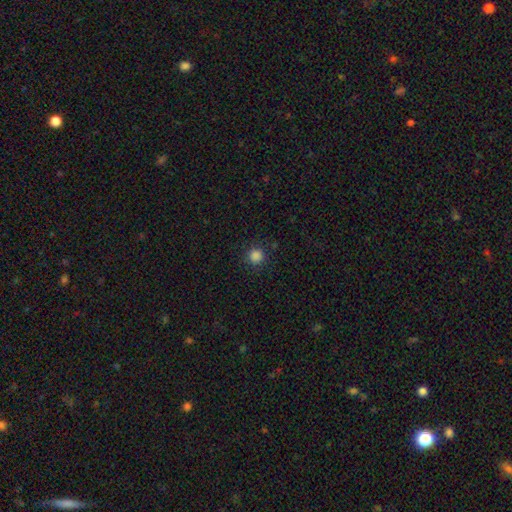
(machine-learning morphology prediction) A smooth galaxy with no disk features (84%) that is round (94%).

Vote fractions:
- Smooth or featured? smooth: 84% / star or artifact: 13% / featured or disk: 3%
- How rounded? round: 94% / in between: 5% / cigar-shaped: 1%
- Merging? none: 89% / minor disturbance: 7% / major disturbance: 3% / merger: 1%